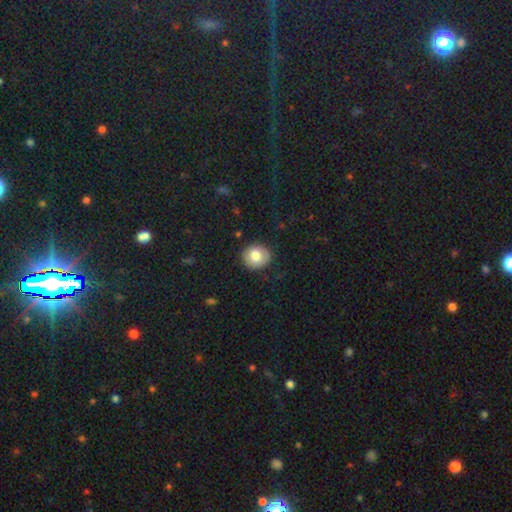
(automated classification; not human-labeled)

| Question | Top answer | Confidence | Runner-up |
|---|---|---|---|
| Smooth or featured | smooth | 80% | featured or disk (11%) |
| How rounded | round | 84% | in between (15%) |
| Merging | none | 87% | minor disturbance (10%) |